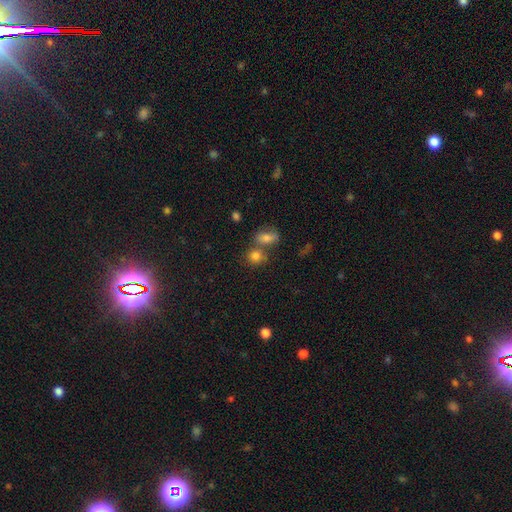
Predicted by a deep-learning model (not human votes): Smooth or featured? Predicted: smooth (p=0.81). How rounded? Predicted: round (p=0.71). Merging? Predicted: none (p=0.53).